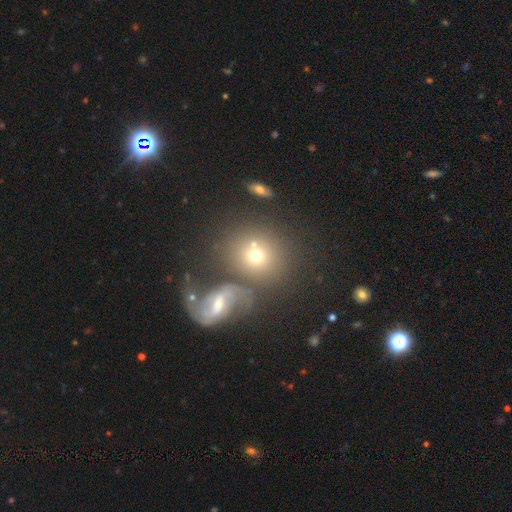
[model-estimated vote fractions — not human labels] Morphology: type=smooth (59%); roundness=round (76%); merging=none (52%).